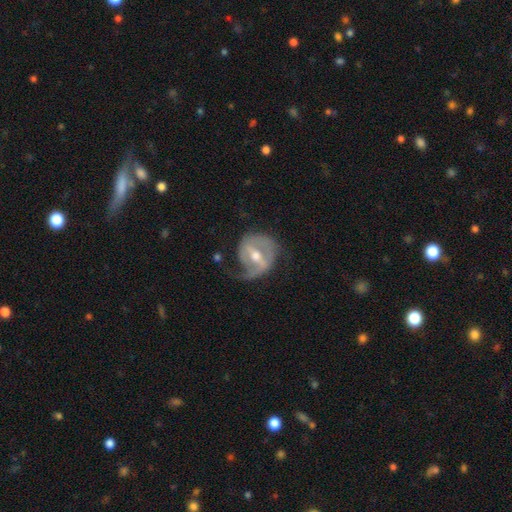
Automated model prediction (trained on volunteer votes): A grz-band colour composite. It shows a featured or disk galaxy (80%) with a strong bar (44%), 2 (50%) medium (40%) spiral arms (82%) and a moderate central bulge (69%). Merging: none (49%).